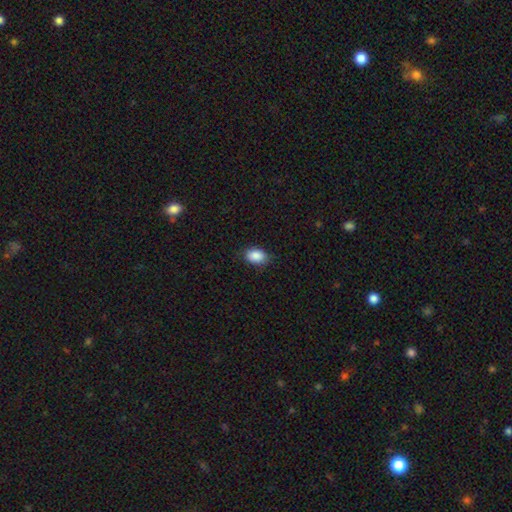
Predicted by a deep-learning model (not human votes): Overall: smooth (88%). How rounded: in between (81%). Merging: none (82%).